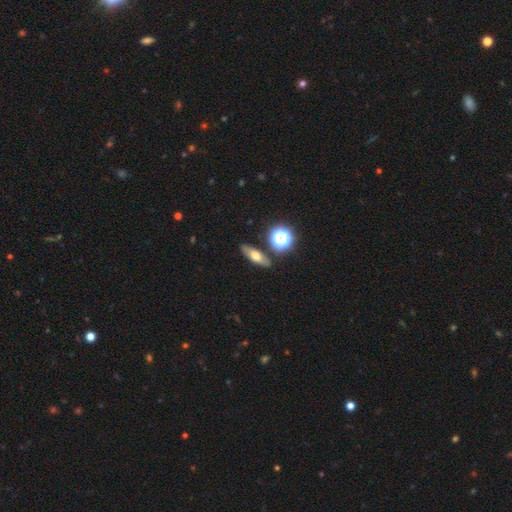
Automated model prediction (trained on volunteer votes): Smooth or featured? Predicted: smooth (p=0.57). How rounded? Predicted: in between (p=0.51). Merging? Predicted: none (p=0.82).